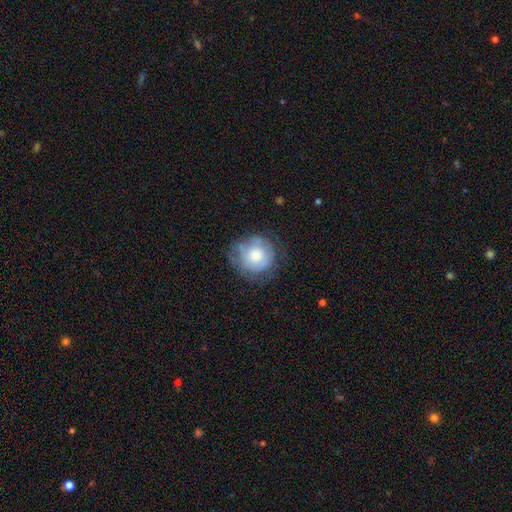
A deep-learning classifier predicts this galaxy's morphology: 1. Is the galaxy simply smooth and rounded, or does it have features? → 60% smooth, 32% featured or disk, 7% star or artifact.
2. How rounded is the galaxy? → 89% round, 10% in between, 1% cigar-shaped.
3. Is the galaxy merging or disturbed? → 62% none, 24% minor disturbance, 12% major disturbance, 1% merger.